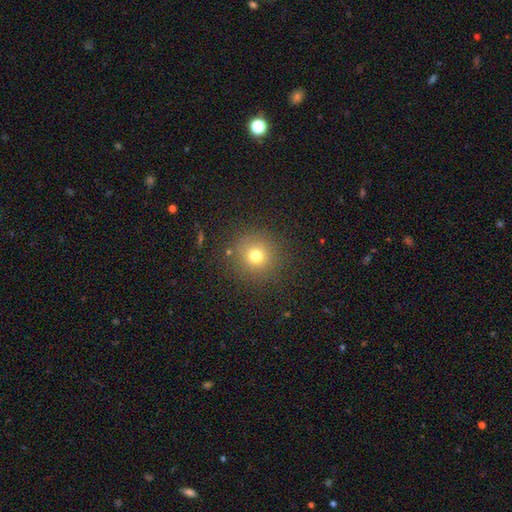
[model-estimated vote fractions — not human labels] A smooth galaxy with no disk features (73%) that is round (94%).

Vote fractions:
- Smooth or featured? smooth: 73% / star or artifact: 17% / featured or disk: 10%
- How rounded? round: 94% / in between: 5% / cigar-shaped: 1%
- Merging? none: 87% / minor disturbance: 8% / major disturbance: 4% / merger: 2%